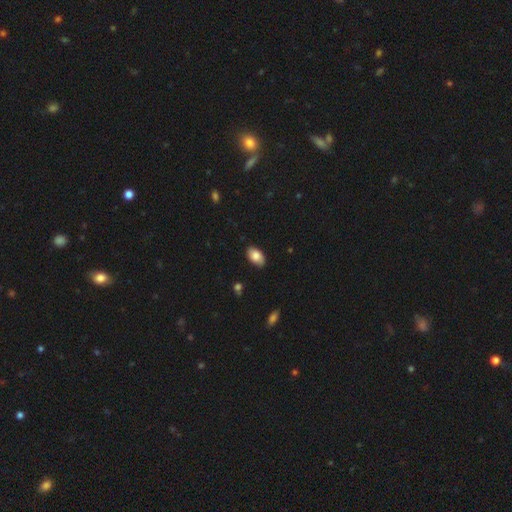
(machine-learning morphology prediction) smooth 83%, featured or disk 10%, star or artifact 7%. Down the decision tree: how rounded — in between (93%); merging — none (83%).